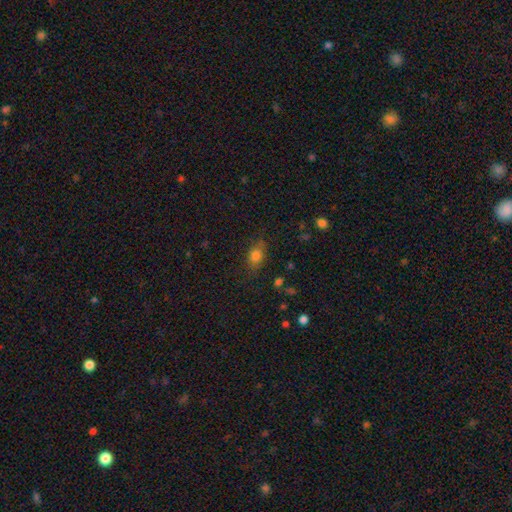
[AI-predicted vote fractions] This appears to be a smooth galaxy with no disk features (79%) that is in between round and cigar-shaped (76%). Merging: none (75%).